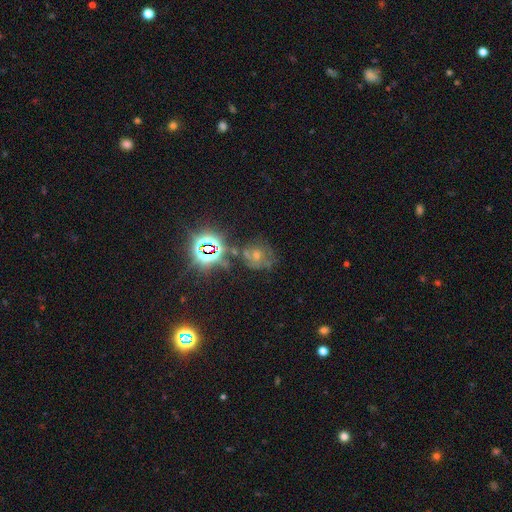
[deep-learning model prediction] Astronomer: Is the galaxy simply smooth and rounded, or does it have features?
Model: star or artifact — 37% (runner-up: featured or disk, 33%).